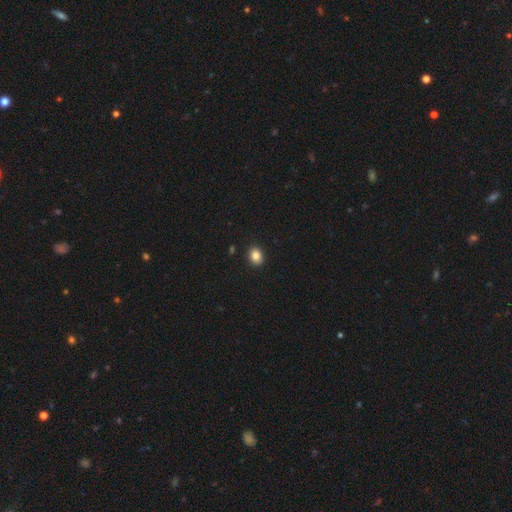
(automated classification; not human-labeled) This appears to be a smooth galaxy with no disk features (85%) that is in between round and cigar-shaped (59%). Merging: none (91%).